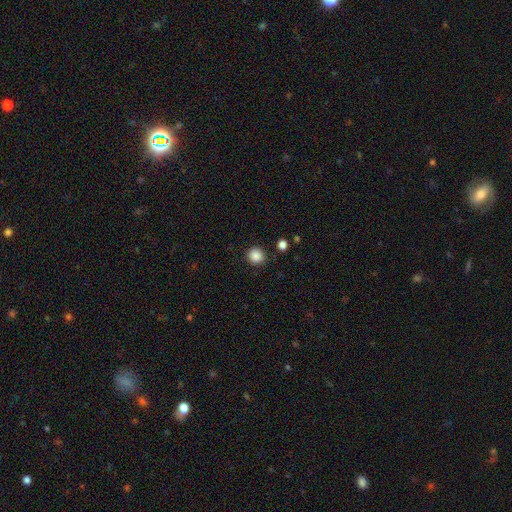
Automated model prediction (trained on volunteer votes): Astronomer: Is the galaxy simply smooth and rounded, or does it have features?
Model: smooth — 87%.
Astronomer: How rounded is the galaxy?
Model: round — 92%.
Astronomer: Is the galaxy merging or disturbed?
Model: none — 90%.